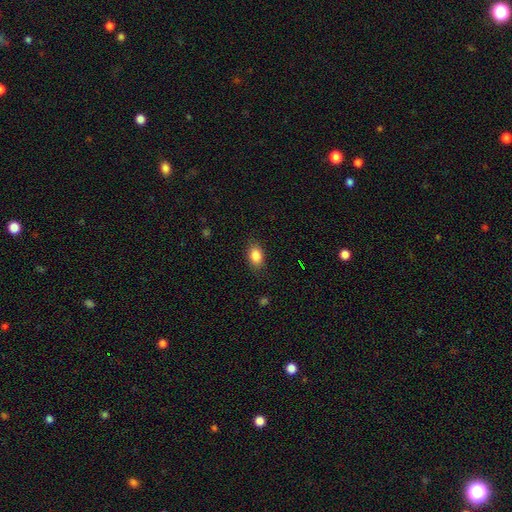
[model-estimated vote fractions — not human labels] This appears to be a smooth galaxy with no disk features (85%) that is in between round and cigar-shaped (82%). Merging: none (84%).